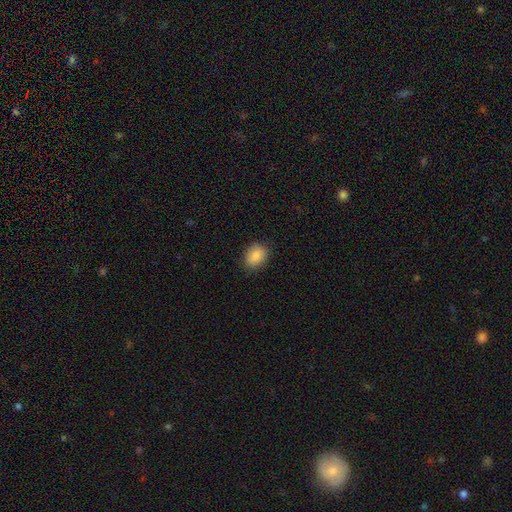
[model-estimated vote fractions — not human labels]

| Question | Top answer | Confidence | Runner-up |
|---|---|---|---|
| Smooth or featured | smooth | 87% | star or artifact (8%) |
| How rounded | in between | 65% | round (34%) |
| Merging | none | 86% | minor disturbance (11%) |